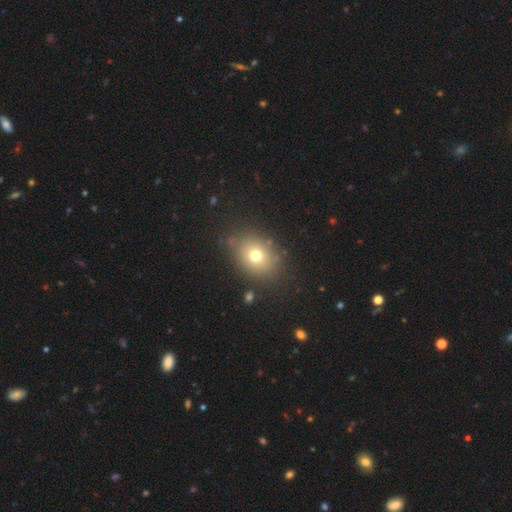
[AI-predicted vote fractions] Smooth or featured?
  - smooth: 71% *
  - featured or disk: 15%
  - star or artifact: 14%
How rounded?
  - in between: 53% *
  - round: 46%
  - cigar-shaped: 1%
Merging?
  - none: 78% *
  - minor disturbance: 14%
  - major disturbance: 5%
  - merger: 3%